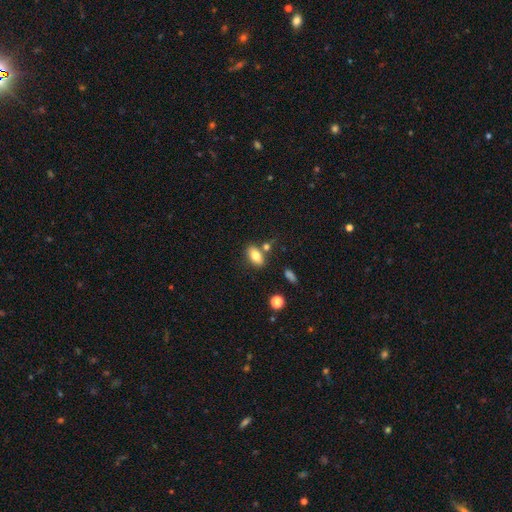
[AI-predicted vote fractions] Smooth or featured? Predicted: smooth (p=0.77). How rounded? Predicted: in between (p=0.88). Merging? Predicted: none (p=0.72).